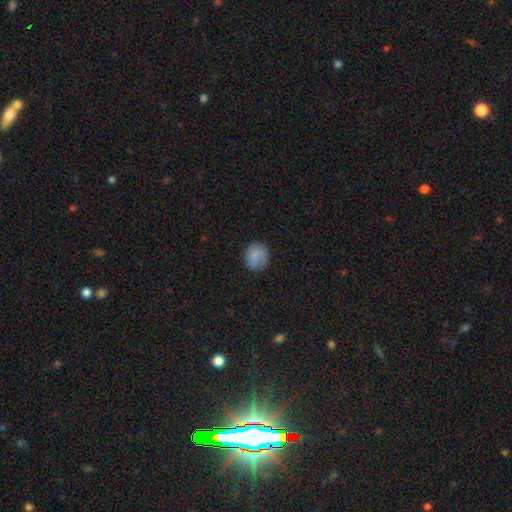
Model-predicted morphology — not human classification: smooth 82%, featured or disk 9%, star or artifact 9%. Down the decision tree: how rounded — round (78%); merging — none (79%).